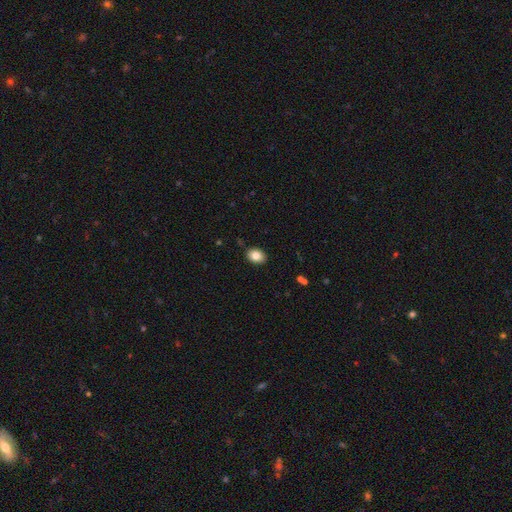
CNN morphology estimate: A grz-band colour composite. It shows a smooth galaxy with no disk features (84%) that is in between round and cigar-shaped (68%). Merging: none (89%).